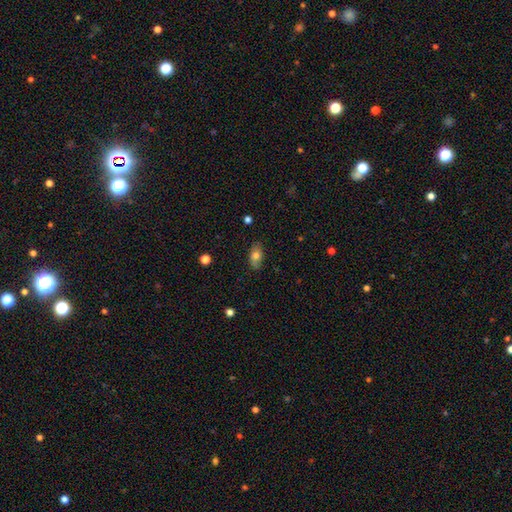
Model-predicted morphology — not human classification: This is likely a smooth galaxy (77%). How rounded: clearly in between (88%). Merging: likely none (80%).